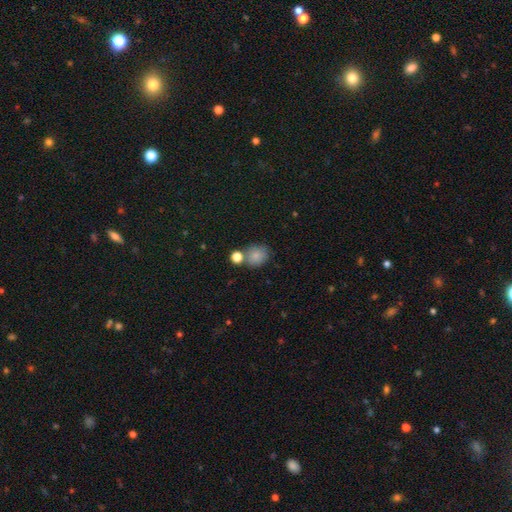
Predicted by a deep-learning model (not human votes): A smooth galaxy with no disk features (83%) that is round (59%). Merging: none (63%).